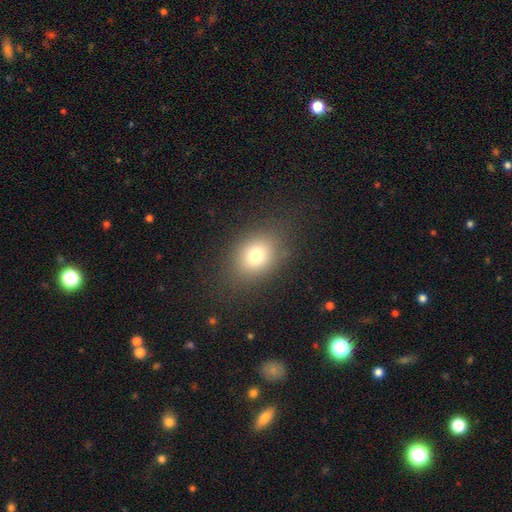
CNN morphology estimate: This appears to be a smooth galaxy with no disk features (73%) that is in between round and cigar-shaped (54%). Merging: none (80%).